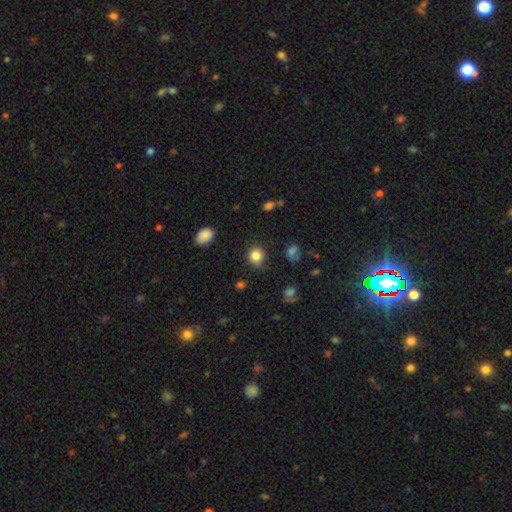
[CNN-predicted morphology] type=smooth (84%); roundness=round (80%); merging=none (85%).